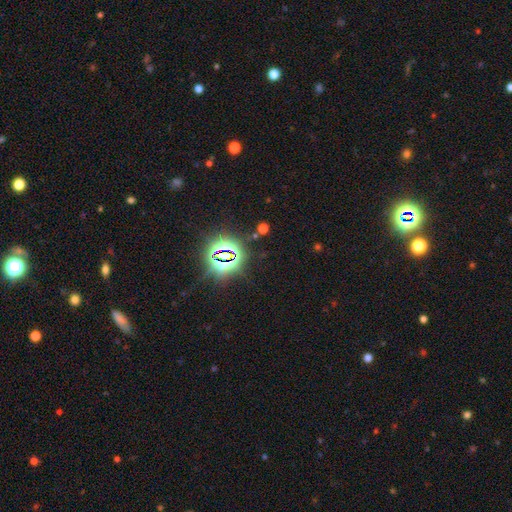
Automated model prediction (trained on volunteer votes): Overall: star or artifact (80%).